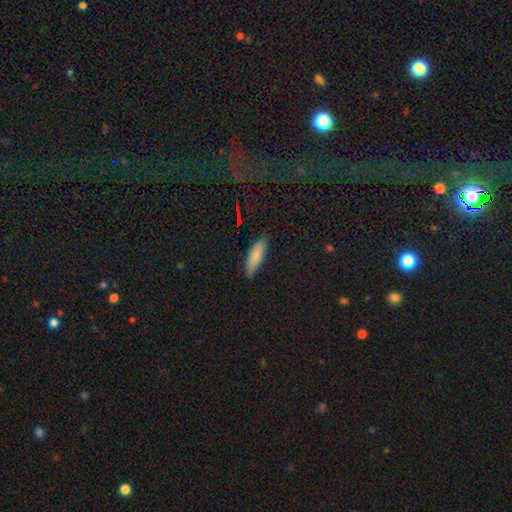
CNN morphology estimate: smooth_or_featured: smooth (p=0.84) [alt: featured or disk p=0.08]
how_rounded: in between (p=0.54) [alt: cigar-shaped p=0.44]
merging: none (p=0.80) [alt: minor disturbance p=0.16]